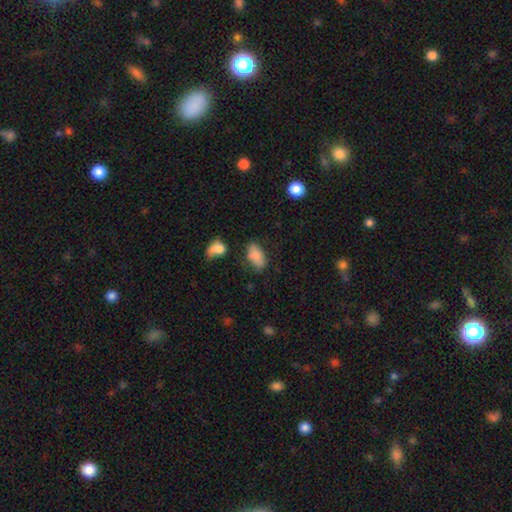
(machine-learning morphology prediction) Overall: smooth (77%). How rounded: in between (91%). Merging: none (59%; minor disturbance 24%).